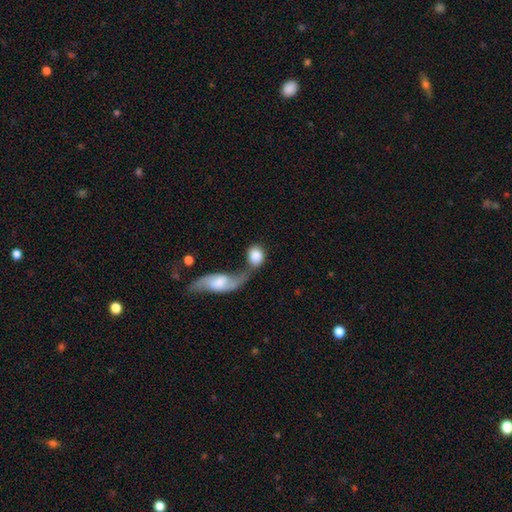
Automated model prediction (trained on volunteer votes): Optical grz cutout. It shows a smooth galaxy with no disk features (79%) that is round (49%). Merging: merger (52%).